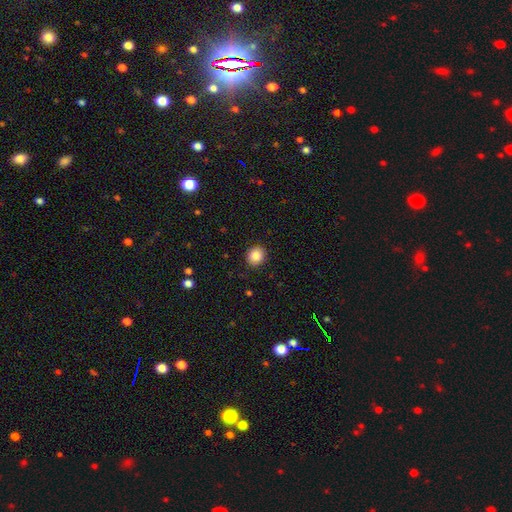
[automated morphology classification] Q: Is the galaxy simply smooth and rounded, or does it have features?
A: smooth — 86%.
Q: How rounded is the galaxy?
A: round — 74%.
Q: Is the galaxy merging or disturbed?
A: none — 89%.